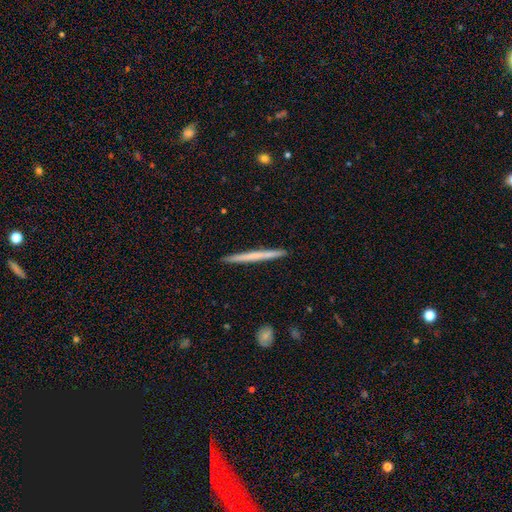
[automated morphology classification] smooth 52%, featured or disk 43%, star or artifact 5%. Down the decision tree: how rounded — cigar-shaped (97%); merging — none (93%).